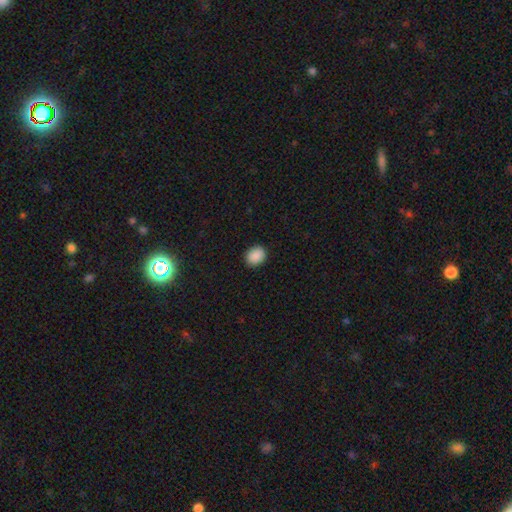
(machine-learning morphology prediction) smooth 89%, star or artifact 8%, featured or disk 2%. Down the decision tree: how rounded — round (53%); merging — none (89%).